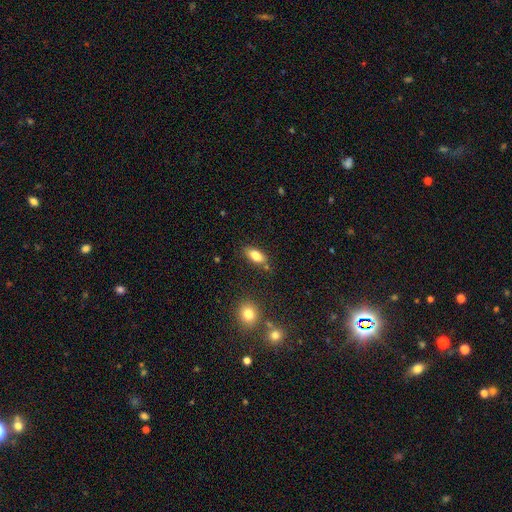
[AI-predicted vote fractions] Q: Smooth or featured?
A: smooth (81%); runner-up: featured or disk (11%)
Q: How rounded?
A: in between (86%); runner-up: cigar-shaped (11%)
Q: Merging?
A: none (78%); runner-up: minor disturbance (15%)